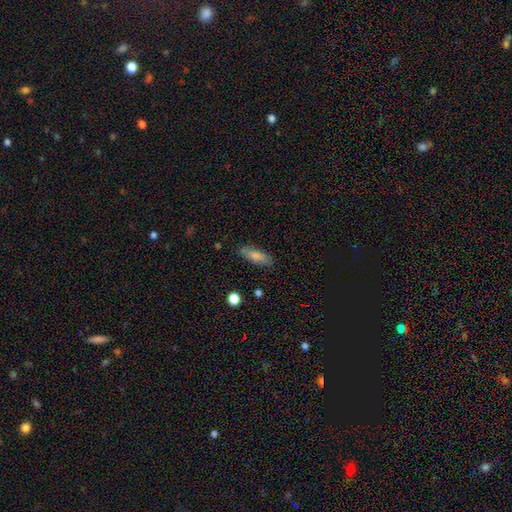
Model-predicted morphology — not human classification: Smooth or featured?
  - smooth: 79% *
  - featured or disk: 14%
  - star or artifact: 7%
How rounded?
  - in between: 59% *
  - cigar-shaped: 39%
  - round: 2%
Merging?
  - none: 81% *
  - minor disturbance: 14%
  - major disturbance: 3%
  - merger: 2%